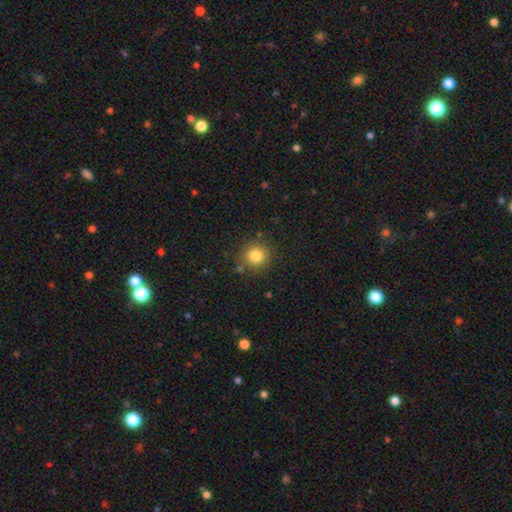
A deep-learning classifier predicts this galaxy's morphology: A smooth galaxy with no disk features (82%) that is round (92%).

Vote fractions:
- Smooth or featured? smooth: 82% / star or artifact: 12% / featured or disk: 6%
- How rounded? round: 92% / in between: 7% / cigar-shaped: 1%
- Merging? none: 85% / minor disturbance: 8% / merger: 3% / major disturbance: 3%